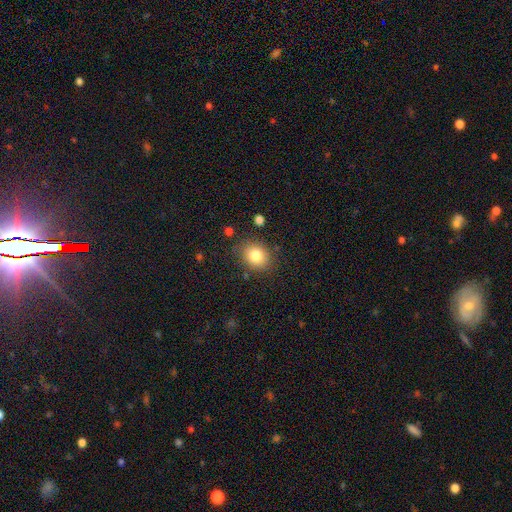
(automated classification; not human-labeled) A smooth galaxy with no disk features (82%) that is round (54%).

Vote fractions:
- Smooth or featured? smooth: 82% / star or artifact: 10% / featured or disk: 8%
- How rounded? round: 54% / in between: 45% / cigar-shaped: 1%
- Merging? none: 81% / minor disturbance: 13% / major disturbance: 4% / merger: 3%